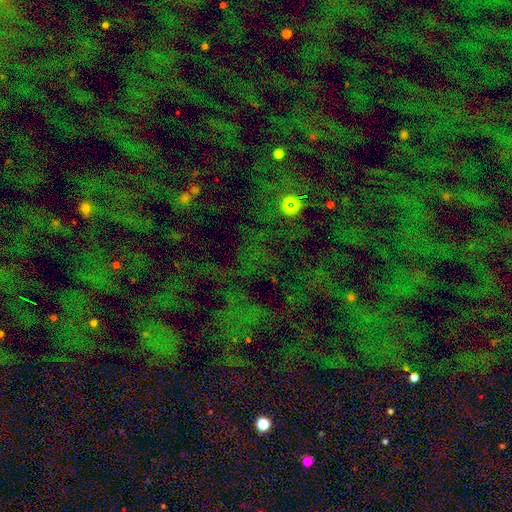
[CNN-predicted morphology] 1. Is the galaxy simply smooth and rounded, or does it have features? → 68% star or artifact, 22% smooth, 10% featured or disk.